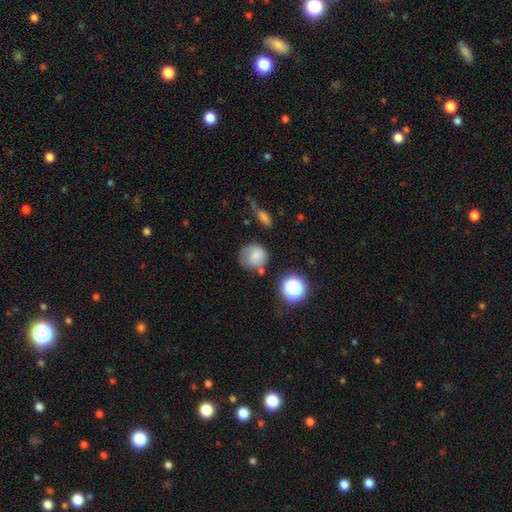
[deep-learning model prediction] smooth 71%, featured or disk 18%, star or artifact 11%. Down the decision tree: how rounded — round (81%); merging — none (58%).